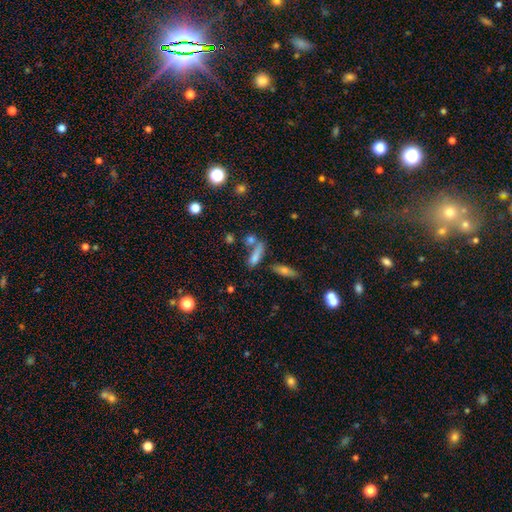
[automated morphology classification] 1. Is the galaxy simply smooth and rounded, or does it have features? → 71% smooth, 15% featured or disk, 14% star or artifact.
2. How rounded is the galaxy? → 48% in between, 44% cigar-shaped, 7% round.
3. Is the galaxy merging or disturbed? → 46% none, 30% merger, 15% minor disturbance, 9% major disturbance.